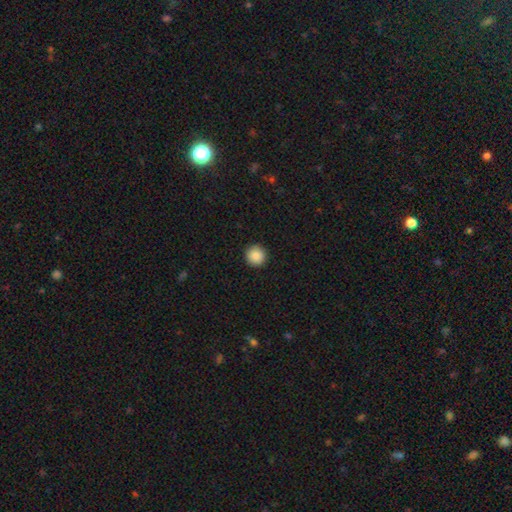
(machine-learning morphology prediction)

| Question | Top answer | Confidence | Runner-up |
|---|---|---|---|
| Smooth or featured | smooth | 89% | star or artifact (9%) |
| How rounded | round | 96% | in between (3%) |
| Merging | none | 93% | minor disturbance (4%) |